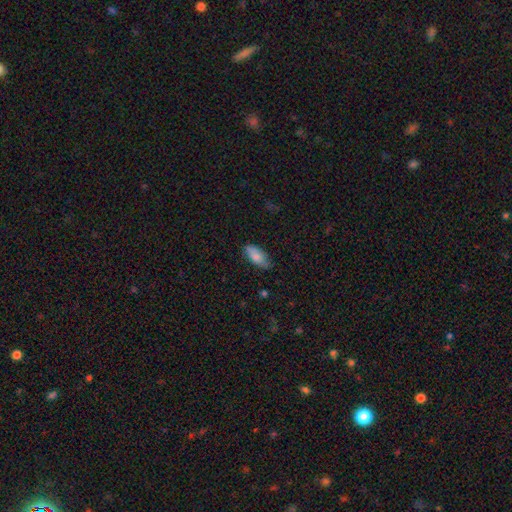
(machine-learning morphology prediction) Smooth or featured? Predicted: smooth (p=0.79). How rounded? Predicted: in between (p=0.87). Merging? Predicted: none (p=0.74).